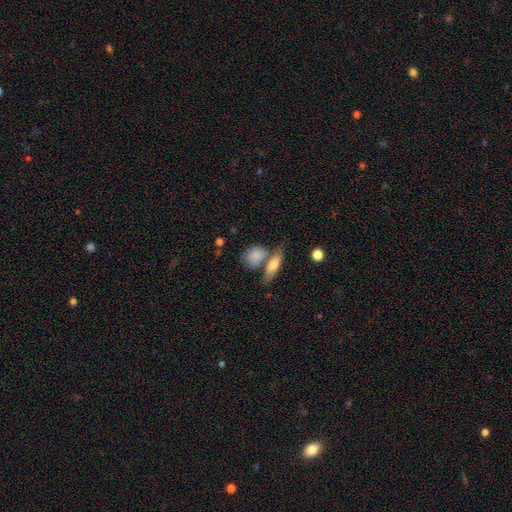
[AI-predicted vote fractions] Smooth or featured? smooth (80%)
How rounded? in between (57%)
Merging? none (44%)